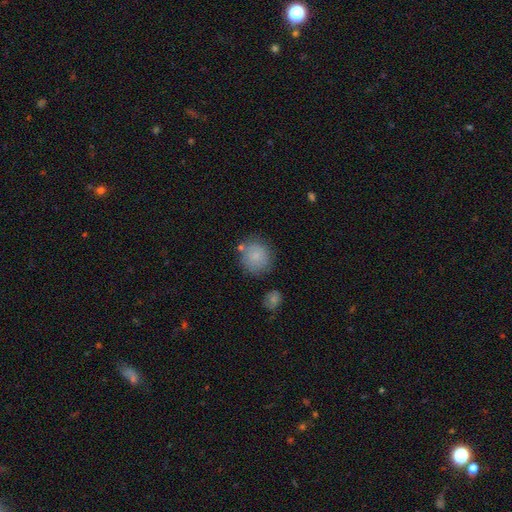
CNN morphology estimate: This is clearly a smooth galaxy (83%). How rounded: clearly round (91%). Merging: likely none (74%).